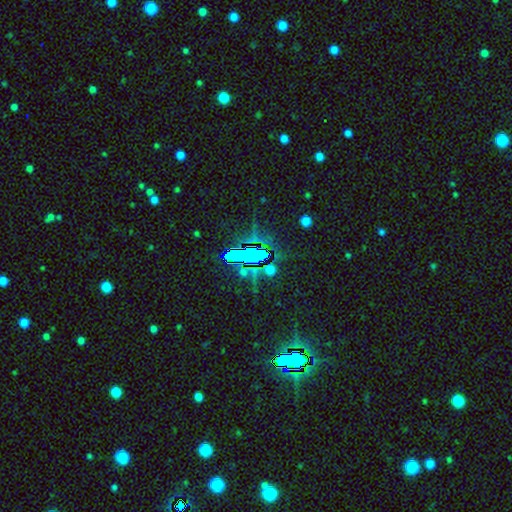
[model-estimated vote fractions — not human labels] Overall: star or artifact (70%).